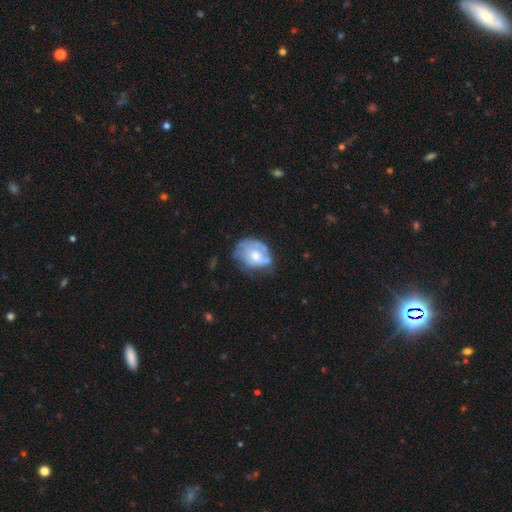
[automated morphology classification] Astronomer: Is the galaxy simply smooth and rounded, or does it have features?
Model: featured or disk — 52% (runner-up: smooth, 41%).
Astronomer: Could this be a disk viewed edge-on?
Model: no — 97%.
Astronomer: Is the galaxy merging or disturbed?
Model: none — 42% (runner-up: minor disturbance, 33%).